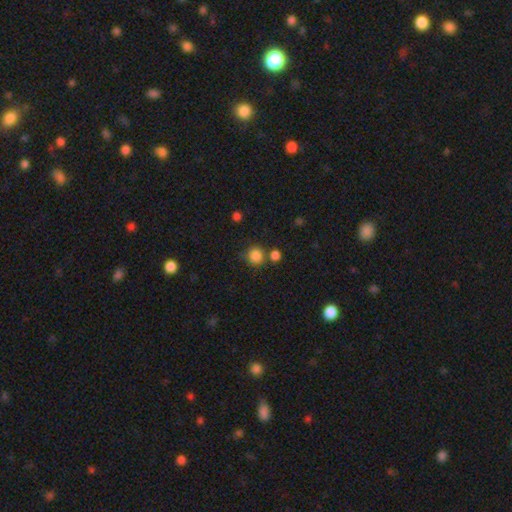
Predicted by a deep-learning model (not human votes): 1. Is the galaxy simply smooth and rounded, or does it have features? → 84% smooth, 11% star or artifact, 4% featured or disk.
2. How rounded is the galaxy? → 90% round, 9% in between, 1% cigar-shaped.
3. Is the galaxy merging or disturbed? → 69% none, 16% merger, 11% minor disturbance, 4% major disturbance.